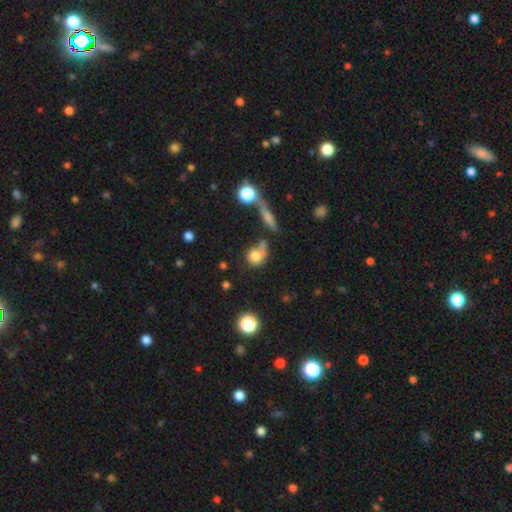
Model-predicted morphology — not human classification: A smooth galaxy with no disk features (69%) that is round (61%). Merging: none (35%).